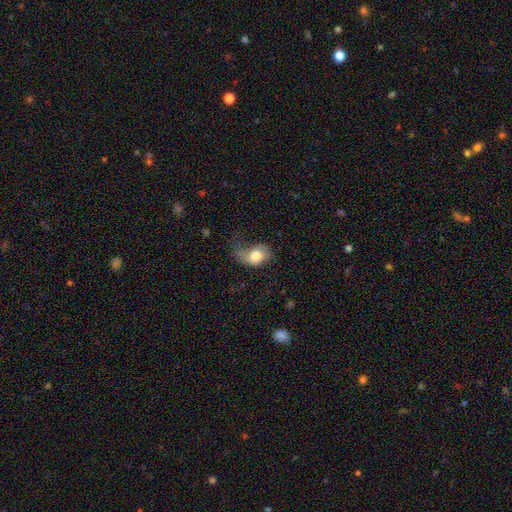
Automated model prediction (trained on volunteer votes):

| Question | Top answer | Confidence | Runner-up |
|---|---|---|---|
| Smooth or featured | smooth | 71% | featured or disk (21%) |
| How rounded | in between | 64% | round (35%) |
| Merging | major disturbance | 44% | minor disturbance (29%) |